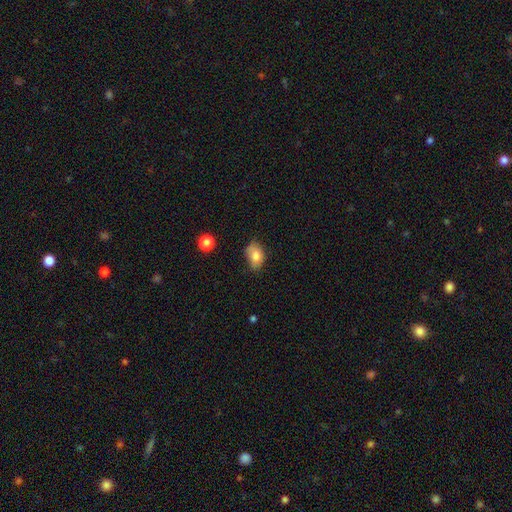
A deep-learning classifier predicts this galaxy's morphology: smooth-or-featured: smooth: 80% | featured or disk: 11% | star or artifact: 9%
  how-rounded: in between: 80% | round: 19% | cigar-shaped: 1%
  merging: none: 54% | minor disturbance: 35% | major disturbance: 8% | merger: 3%